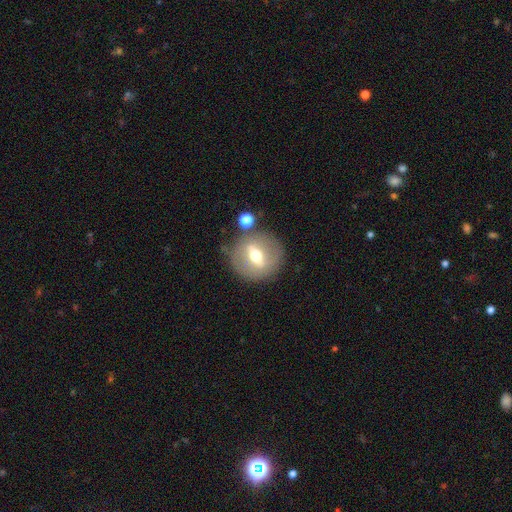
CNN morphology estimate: Smooth or featured? Predicted: featured or disk (p=0.56). Edge-on disk? Predicted: no (p=0.70). Merging? Predicted: none (p=0.77).